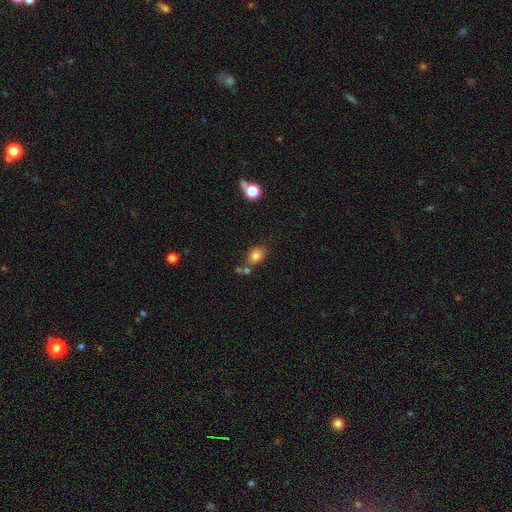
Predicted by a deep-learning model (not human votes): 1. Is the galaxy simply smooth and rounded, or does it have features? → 81% smooth, 11% star or artifact, 8% featured or disk.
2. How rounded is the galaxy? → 67% in between, 31% round, 1% cigar-shaped.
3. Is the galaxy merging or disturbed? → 60% none, 19% merger, 16% minor disturbance, 5% major disturbance.